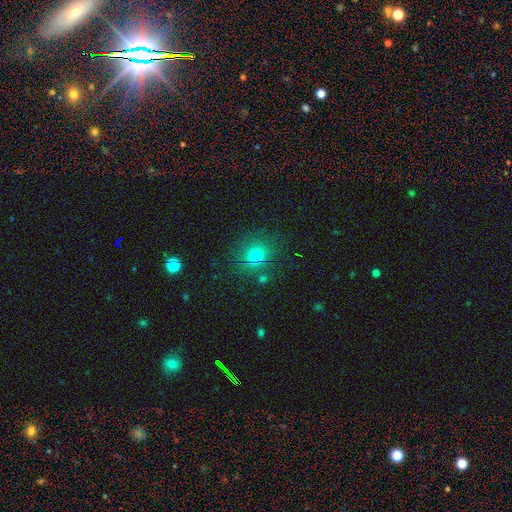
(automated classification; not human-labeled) Q: Smooth or featured?
A: smooth (75%); runner-up: star or artifact (16%)
Q: How rounded?
A: round (81%); runner-up: in between (18%)
Q: Merging?
A: none (82%); runner-up: minor disturbance (11%)